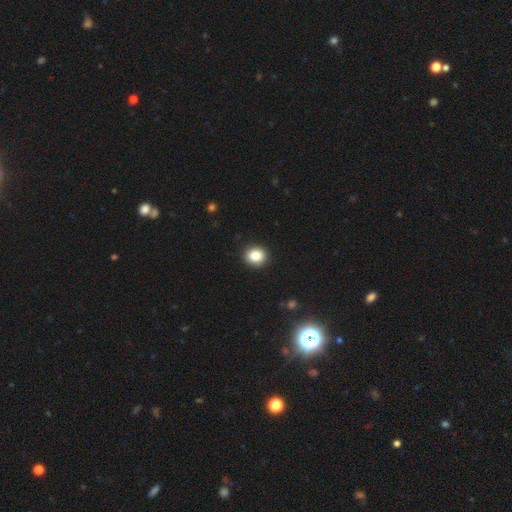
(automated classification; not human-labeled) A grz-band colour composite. It shows a smooth galaxy with no disk features (85%) that is round (77%). Merging: none (91%).